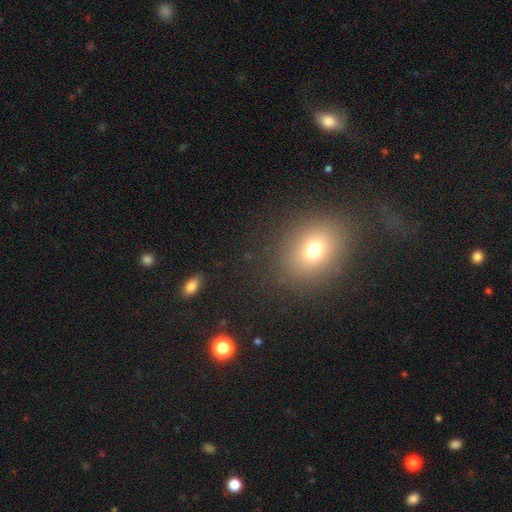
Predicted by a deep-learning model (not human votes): This is likely a smooth galaxy (62%). How rounded: possibly round (52%). Merging: clearly none (81%).